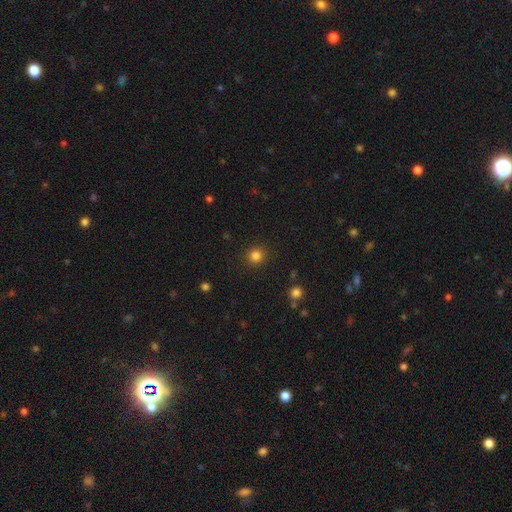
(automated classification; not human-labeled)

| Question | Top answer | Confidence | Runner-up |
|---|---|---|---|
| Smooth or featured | smooth | 83% | star or artifact (13%) |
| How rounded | round | 92% | in between (7%) |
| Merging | none | 91% | minor disturbance (6%) |